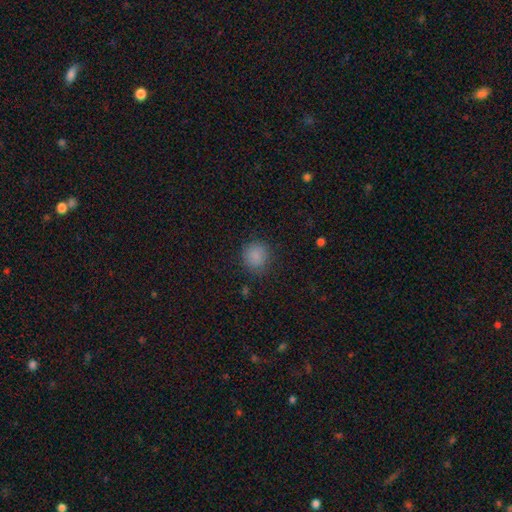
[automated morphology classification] smooth_or_featured: smooth (p=0.86) [alt: star or artifact p=0.11]
how_rounded: round (p=0.90) [alt: in between p=0.09]
merging: none (p=0.86) [alt: minor disturbance p=0.09]